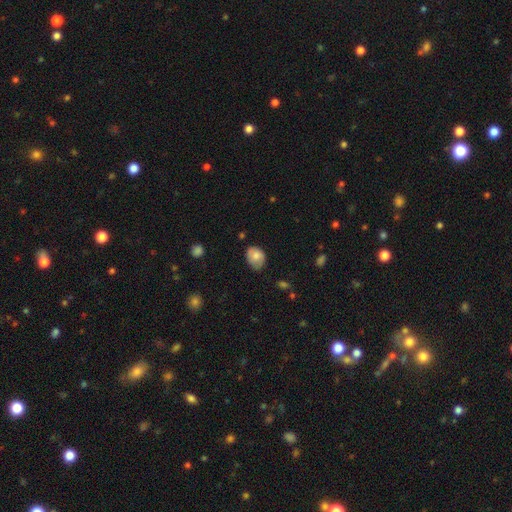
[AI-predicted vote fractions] Smooth or featured? Predicted: smooth (p=0.74). How rounded? Predicted: in between (p=0.69). Merging? Predicted: none (p=0.61).